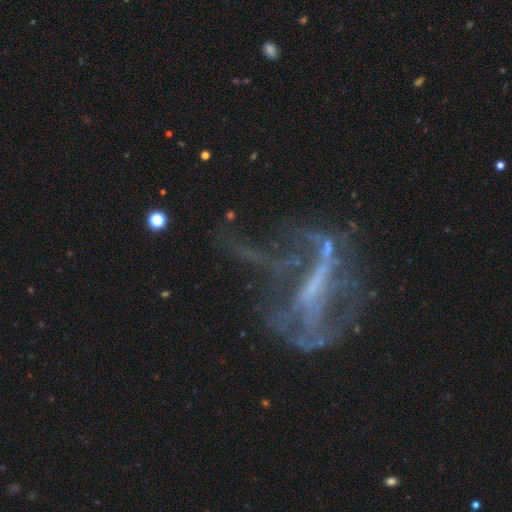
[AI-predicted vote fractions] Smooth or featured?
  - featured or disk: 71% *
  - star or artifact: 18%
  - smooth: 11%
Edge-on disk?
  - no: 90% *
  - yes: 10%
Bar?
  - strong: 39% *
  - no: 35%
  - weak: 26%
Spiral arms?
  - no: 55% *
  - yes: 45%
Bulge size?
  - none: 61% *
  - small: 22%
  - moderate: 12%
  - large: 3%
  - dominant: 1%
Merging?
  - major disturbance: 47% *
  - none: 31%
  - minor disturbance: 14%
  - merger: 8%